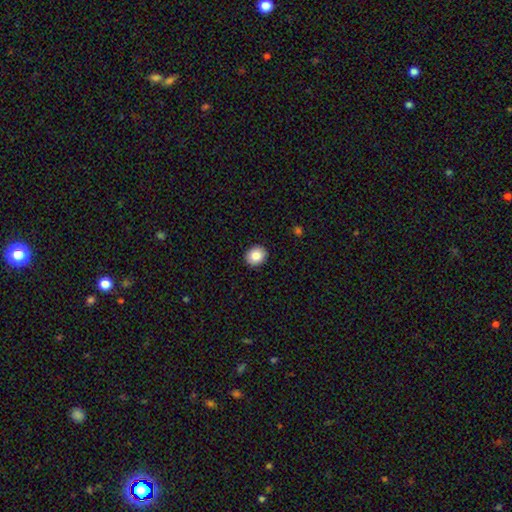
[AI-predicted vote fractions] Q: Smooth or featured?
A: smooth (85%); runner-up: star or artifact (9%)
Q: How rounded?
A: round (73%); runner-up: in between (26%)
Q: Merging?
A: none (92%); runner-up: minor disturbance (6%)